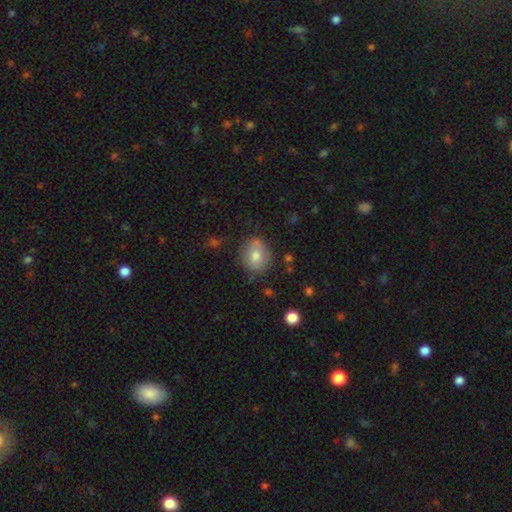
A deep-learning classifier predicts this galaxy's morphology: Smooth or featured: smooth — 73% (featured or disk — 17%)
How rounded: round — 76% (in between — 23%)
Merging: none — 77% (minor disturbance — 16%)